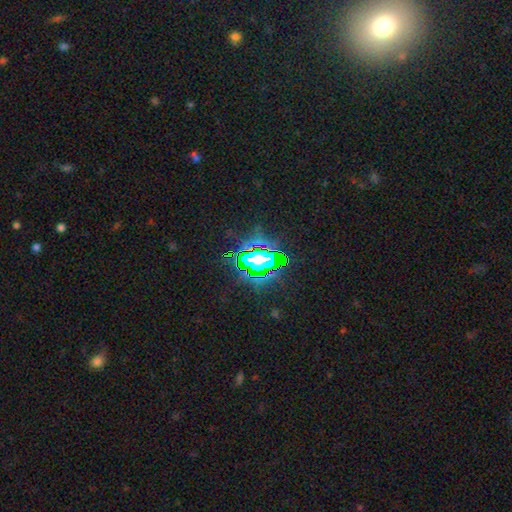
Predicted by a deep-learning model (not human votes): Smooth or featured?
  - star or artifact: 72% *
  - smooth: 16%
  - featured or disk: 12%